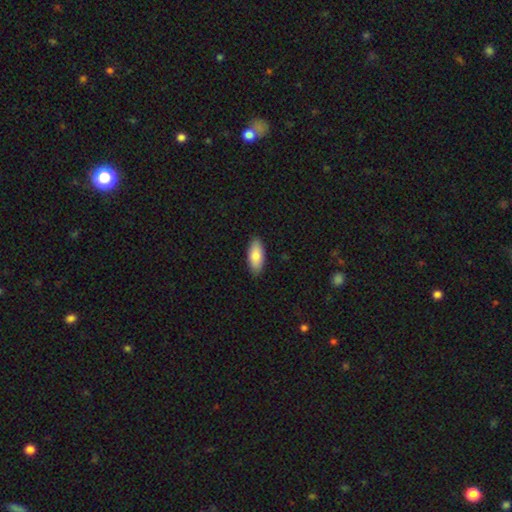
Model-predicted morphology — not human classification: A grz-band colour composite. It shows a smooth galaxy with no disk features (85%) that is in between round and cigar-shaped (88%). Merging: none (88%).